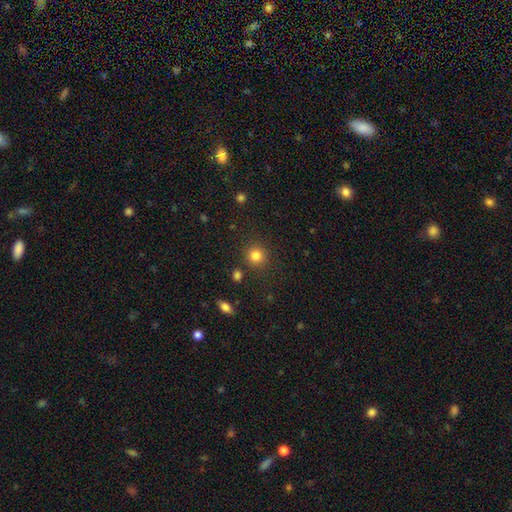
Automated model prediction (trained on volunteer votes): smooth_or_featured: smooth (p=0.83) [alt: star or artifact p=0.12]
how_rounded: round (p=0.91) [alt: in between p=0.08]
merging: none (p=0.85) [alt: minor disturbance p=0.07]